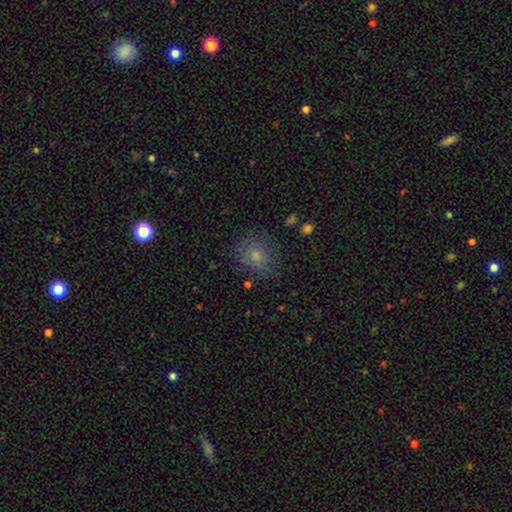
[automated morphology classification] Smooth or featured? Predicted: smooth (p=0.74). How rounded? Predicted: round (p=0.72). Merging? Predicted: none (p=0.73).